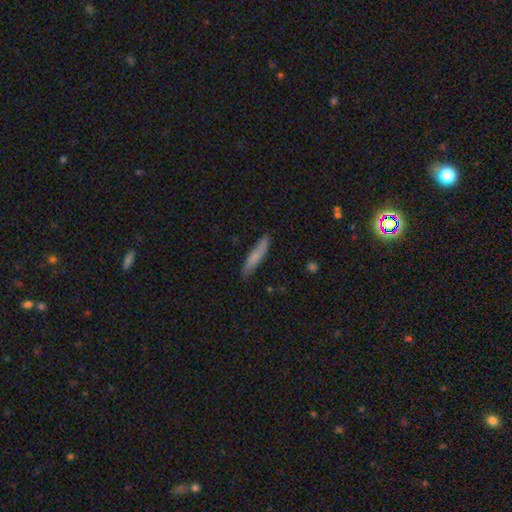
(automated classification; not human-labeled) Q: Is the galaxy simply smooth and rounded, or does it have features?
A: smooth — 74%.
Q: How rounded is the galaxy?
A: cigar-shaped — 90%.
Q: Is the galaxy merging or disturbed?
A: none — 84%.